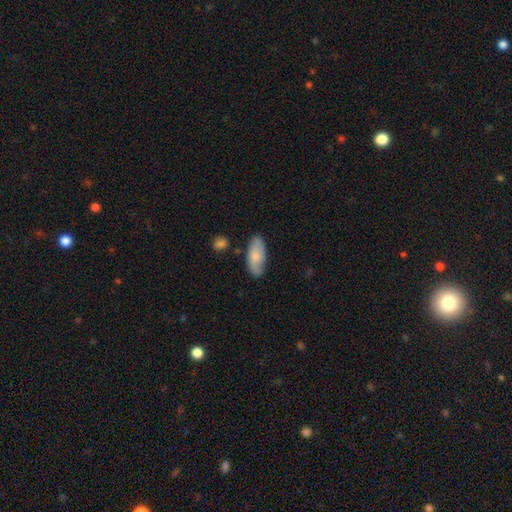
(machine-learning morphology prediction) Smooth or featured?
  - smooth: 75% *
  - featured or disk: 19%
  - star or artifact: 6%
How rounded?
  - in between: 86% *
  - cigar-shaped: 12%
  - round: 2%
Merging?
  - none: 77% *
  - minor disturbance: 17%
  - merger: 3%
  - major disturbance: 3%